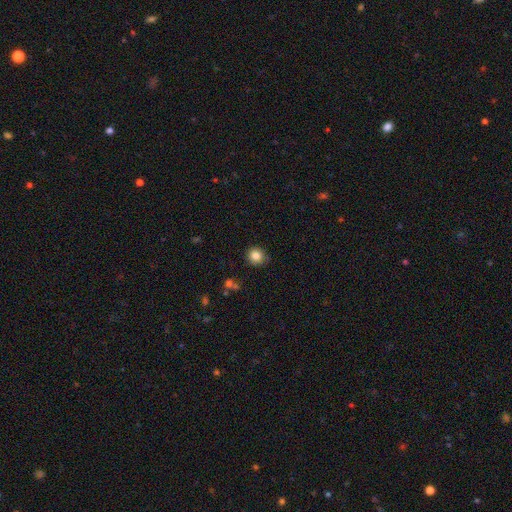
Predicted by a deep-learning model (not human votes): Smooth or featured? Predicted: smooth (p=0.84). How rounded? Predicted: round (p=0.87). Merging? Predicted: none (p=0.84).